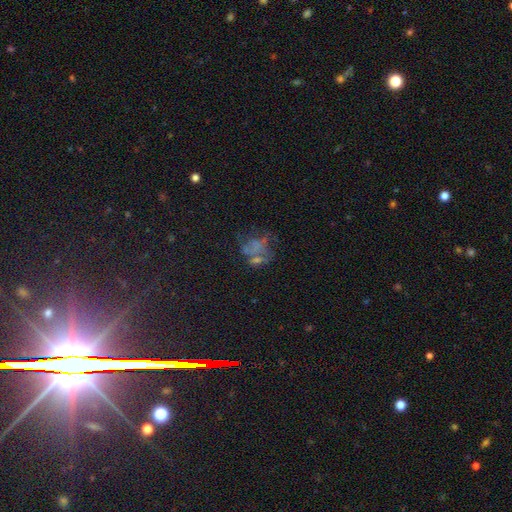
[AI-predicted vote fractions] The model was most divided on "smooth or featured": featured or disk: 39%, star or artifact: 31%, smooth: 30%. Remaining: merging — none (39%).